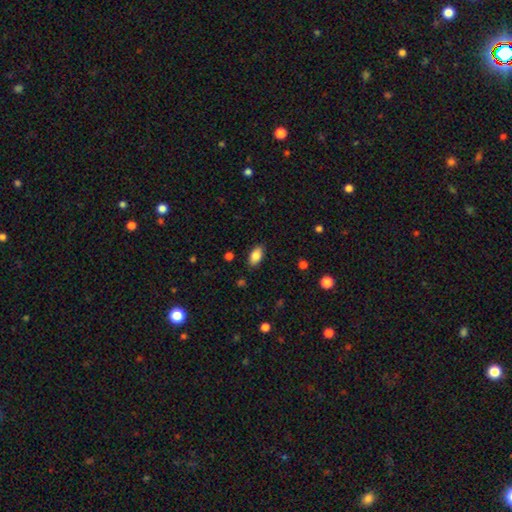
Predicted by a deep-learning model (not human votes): Smooth or featured?
  - smooth: 86% *
  - star or artifact: 8%
  - featured or disk: 6%
How rounded?
  - in between: 92% *
  - round: 4%
  - cigar-shaped: 4%
Merging?
  - none: 85% *
  - minor disturbance: 11%
  - major disturbance: 3%
  - merger: 1%